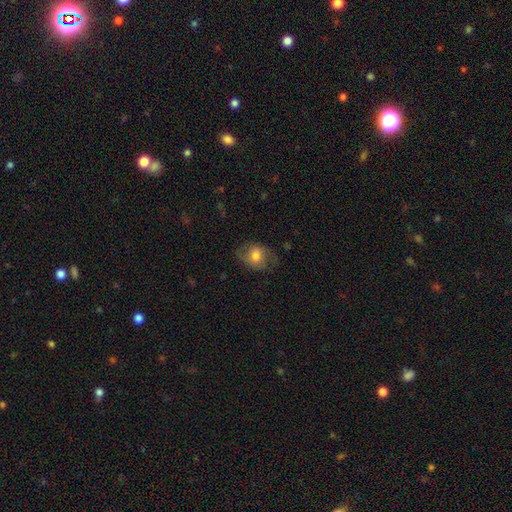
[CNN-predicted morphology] type=smooth (59%); roundness=in between (60%); merging=none (66%).